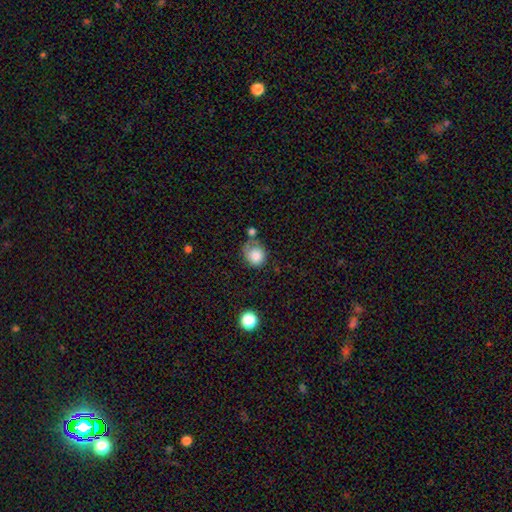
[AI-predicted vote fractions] smooth 78%, featured or disk 14%, star or artifact 8%. Down the decision tree: how rounded — round (74%); merging — none (40%).